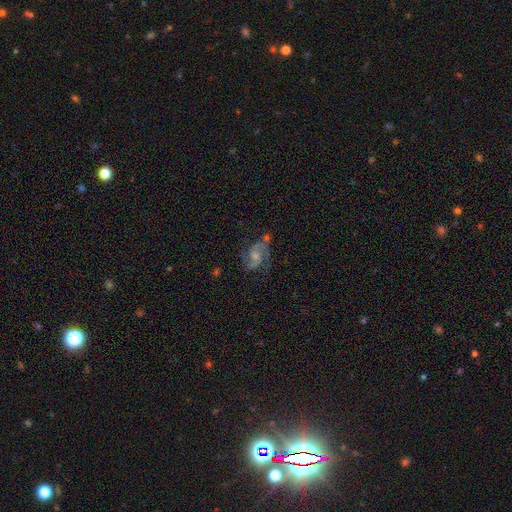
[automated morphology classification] featured or disk 79%, smooth 12%, star or artifact 8%. Down the decision tree: edge-on disk — no (97%); bar — no (54%); spiral arms — yes (94%); spiral arm count — 2 (85%); spiral winding — medium (48%); bulge size — moderate (42%); merging — none (59%).